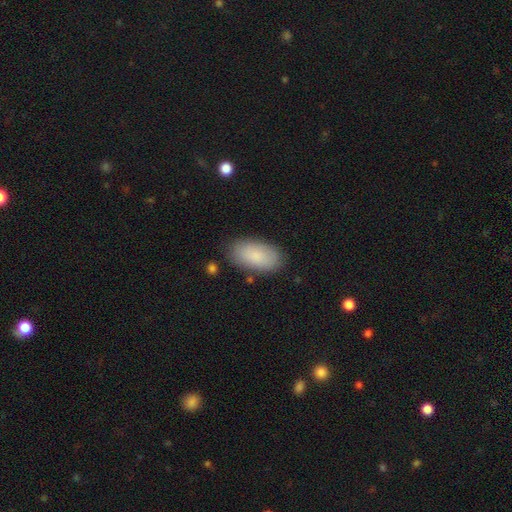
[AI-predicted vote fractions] Smooth or featured: smooth — 85% (featured or disk — 9%)
How rounded: in between — 95% (cigar-shaped — 3%)
Merging: none — 82% (minor disturbance — 13%)